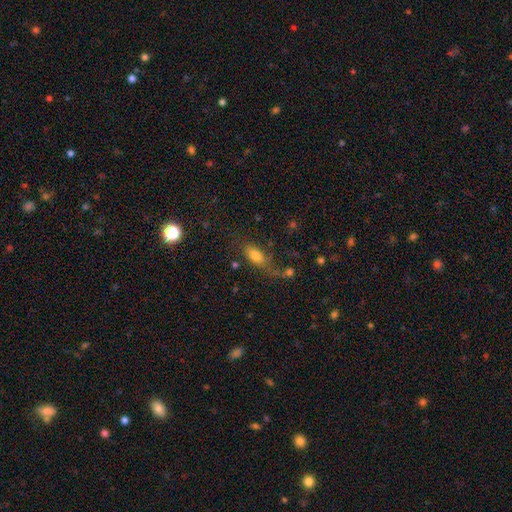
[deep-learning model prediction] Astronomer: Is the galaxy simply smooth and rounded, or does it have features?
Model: smooth — 72%.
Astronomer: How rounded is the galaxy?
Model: in between — 82%.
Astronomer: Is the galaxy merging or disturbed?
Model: none — 49%.